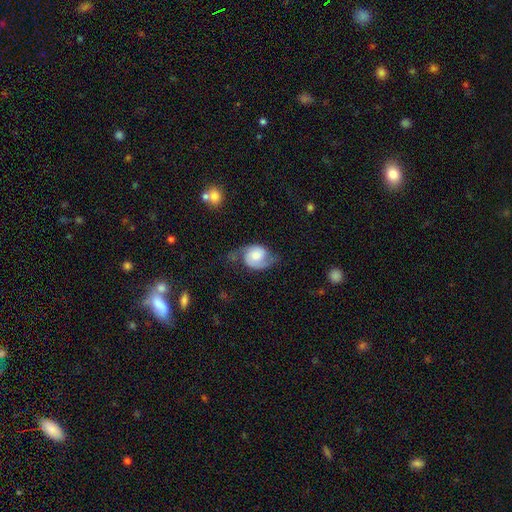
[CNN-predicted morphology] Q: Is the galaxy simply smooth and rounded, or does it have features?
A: featured or disk — 68%.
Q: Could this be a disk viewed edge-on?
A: no — 97%.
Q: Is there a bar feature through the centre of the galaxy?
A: no — 66%.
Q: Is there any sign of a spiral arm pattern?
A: yes — 92%.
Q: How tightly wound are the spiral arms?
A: medium — 44%.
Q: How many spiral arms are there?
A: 2 — 78%.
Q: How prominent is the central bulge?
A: moderate — 39%.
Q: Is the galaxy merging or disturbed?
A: none — 46%.